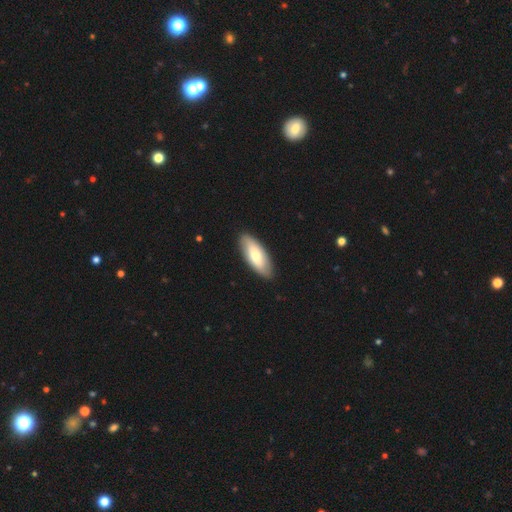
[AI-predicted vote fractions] The model was most divided on "smooth or featured": smooth: 71%, featured or disk: 25%, star or artifact: 5%. More confident: merging — none (88%); how rounded — in between (78%).